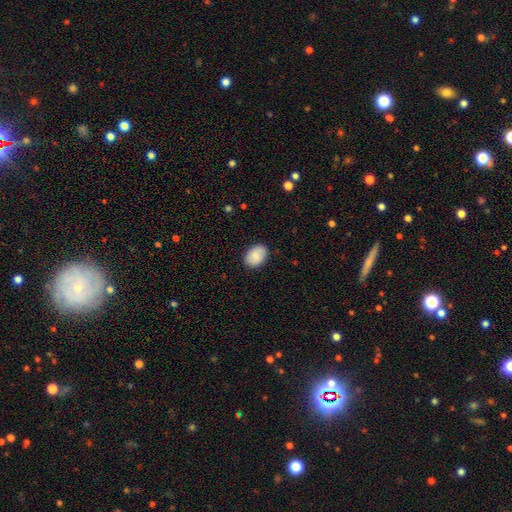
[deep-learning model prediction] The model was most divided on "how rounded": in between: 80%, round: 18%, cigar-shaped: 1%. More confident: merging — none (87%); smooth or featured — smooth (83%).